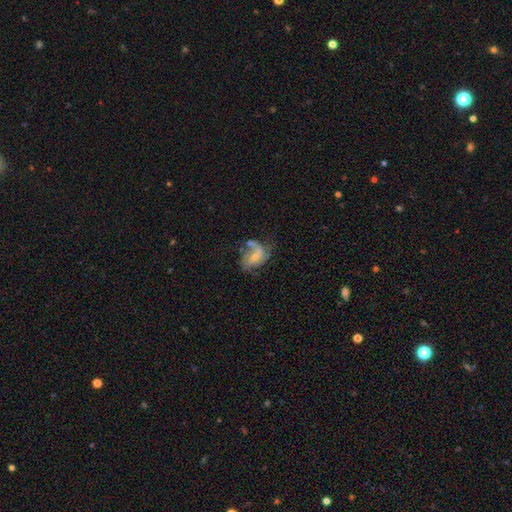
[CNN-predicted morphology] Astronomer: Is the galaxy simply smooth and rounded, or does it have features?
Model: featured or disk — 70%.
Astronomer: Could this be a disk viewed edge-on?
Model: no — 97%.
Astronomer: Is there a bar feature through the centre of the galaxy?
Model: no — 56% (runner-up: weak, 36%).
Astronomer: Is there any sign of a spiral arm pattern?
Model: yes — 83%.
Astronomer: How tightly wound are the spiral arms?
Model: medium — 42%, tied with loose at 42%.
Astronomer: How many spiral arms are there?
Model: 2 — 42% (runner-up: 1, 21%).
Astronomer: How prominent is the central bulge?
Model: small — 53% (runner-up: moderate, 34%).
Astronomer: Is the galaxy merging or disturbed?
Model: none — 32%, tied with major disturbance at 32%.